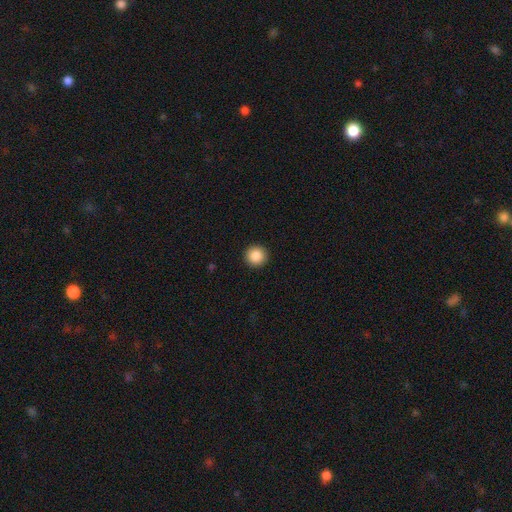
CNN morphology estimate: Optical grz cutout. It shows a smooth galaxy with no disk features (87%) that is round (96%). Merging: none (93%).